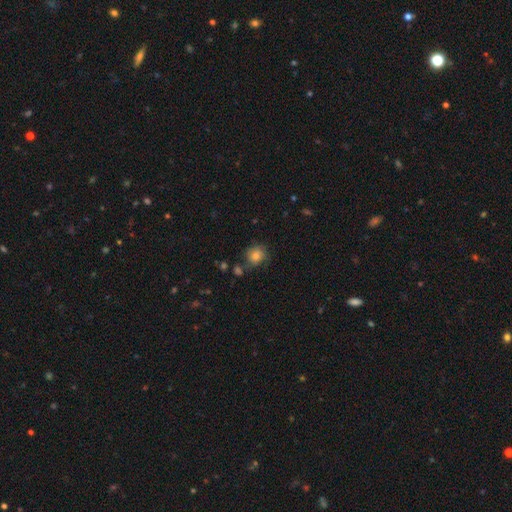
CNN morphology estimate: A smooth galaxy with no disk features (77%) that is round (77%).

Vote fractions:
- Smooth or featured? smooth: 77% / featured or disk: 12% / star or artifact: 11%
- How rounded? round: 77% / in between: 22% / cigar-shaped: 1%
- Merging? none: 69% / minor disturbance: 18% / merger: 7% / major disturbance: 6%